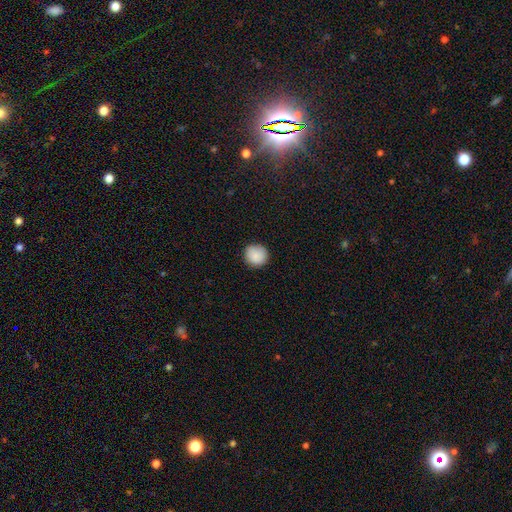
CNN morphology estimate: Smooth or featured? smooth (89%)
How rounded? round (93%)
Merging? none (90%)